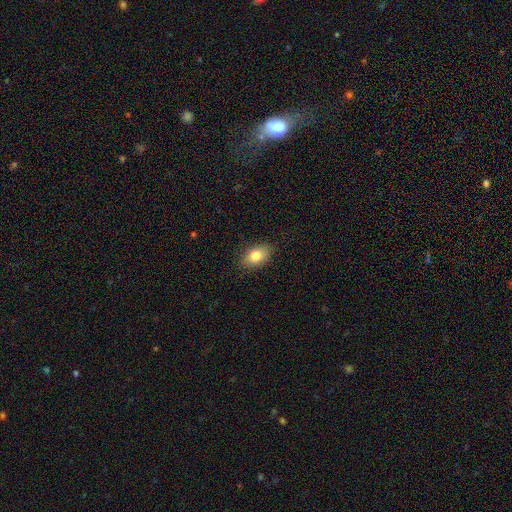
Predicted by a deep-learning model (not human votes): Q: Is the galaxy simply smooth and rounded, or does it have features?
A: smooth — 81%.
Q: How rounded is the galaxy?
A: in between — 87%.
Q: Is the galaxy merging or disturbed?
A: none — 86%.